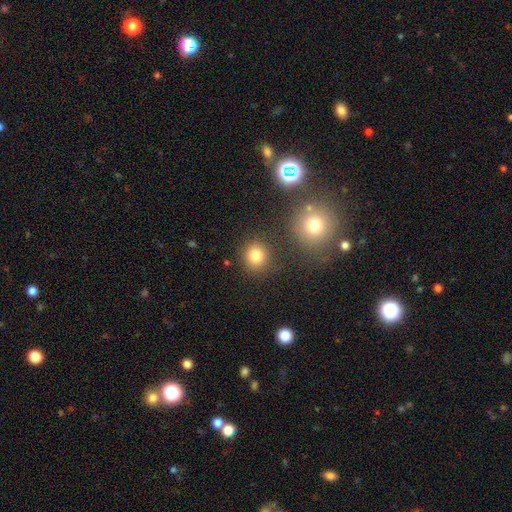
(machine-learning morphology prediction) This is clearly a smooth galaxy (80%). How rounded: clearly round (86%). Merging: clearly none (81%).